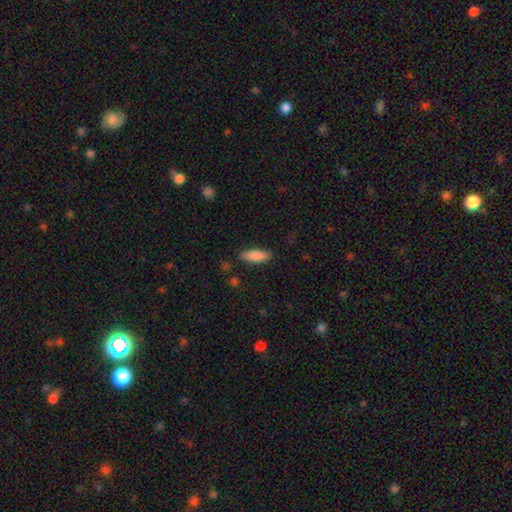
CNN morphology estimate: This is clearly a smooth galaxy (84%). How rounded: possibly in between (53%). Merging: clearly none (84%).